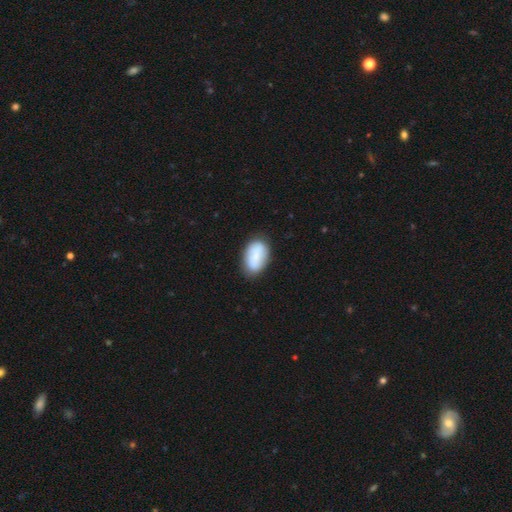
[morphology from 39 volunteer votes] This is likely a smooth galaxy (74%). How rounded: clearly in between (83%). Merging: clearly none (83%).